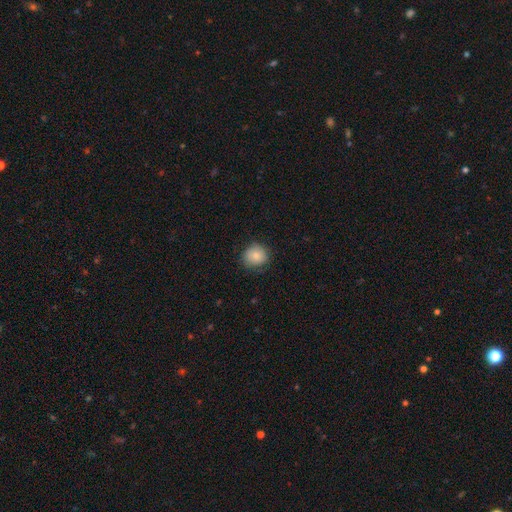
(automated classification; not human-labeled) smooth 81%, featured or disk 10%, star or artifact 9%. Down the decision tree: how rounded — round (86%); merging — none (80%).